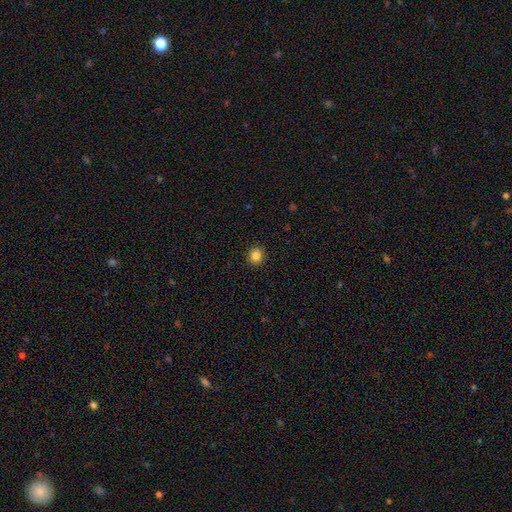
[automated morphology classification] Overall: smooth (85%). How rounded: round (84%). Merging: none (92%).